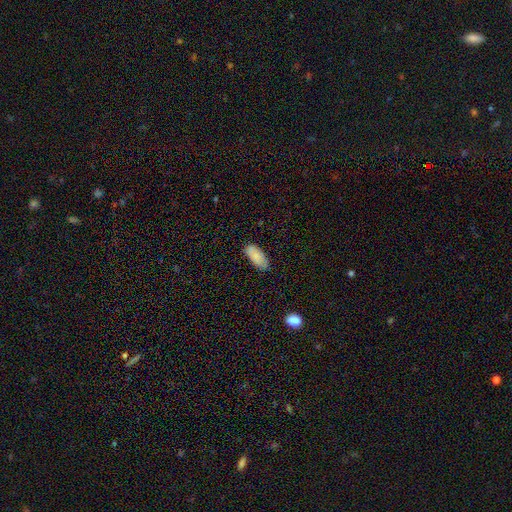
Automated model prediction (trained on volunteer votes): Smooth or featured? Predicted: smooth (p=0.85). How rounded? Predicted: in between (p=0.88). Merging? Predicted: none (p=0.80).